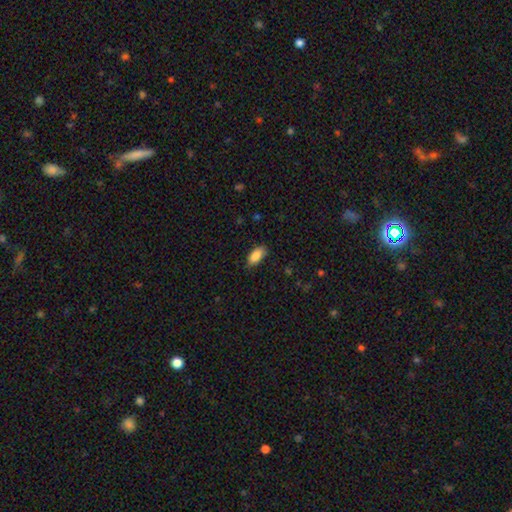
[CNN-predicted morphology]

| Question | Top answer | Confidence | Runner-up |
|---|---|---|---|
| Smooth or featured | smooth | 87% | star or artifact (7%) |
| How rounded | in between | 90% | cigar-shaped (8%) |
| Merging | none | 81% | minor disturbance (16%) |